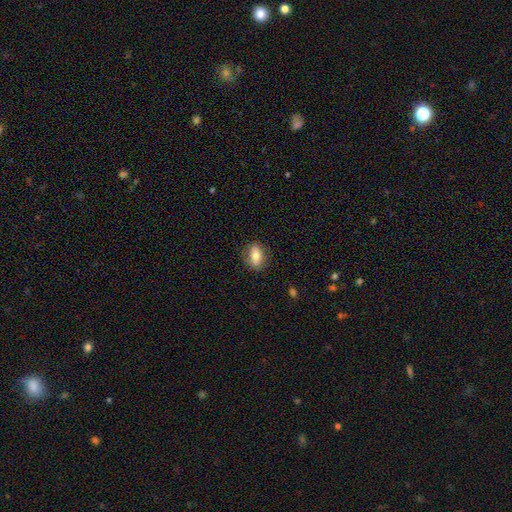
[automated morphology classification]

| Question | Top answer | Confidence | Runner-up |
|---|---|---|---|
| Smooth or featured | smooth | 69% | featured or disk (23%) |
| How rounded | in between | 73% | round (25%) |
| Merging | none | 82% | minor disturbance (13%) |